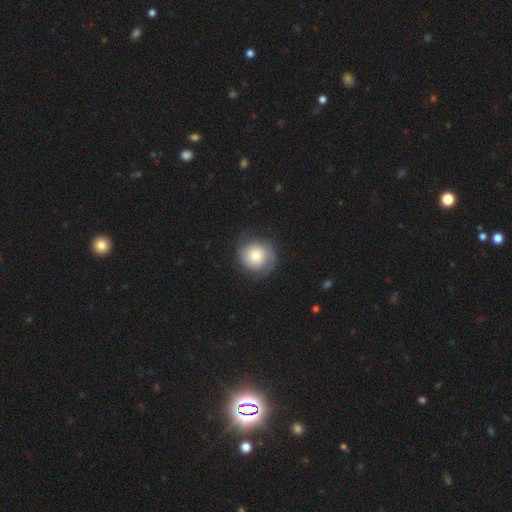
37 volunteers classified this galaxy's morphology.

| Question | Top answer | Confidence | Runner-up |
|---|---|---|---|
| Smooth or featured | smooth | 54% | featured or disk (46%) |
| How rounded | round | 100% | — |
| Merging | none | 68% | minor disturbance (24%) |